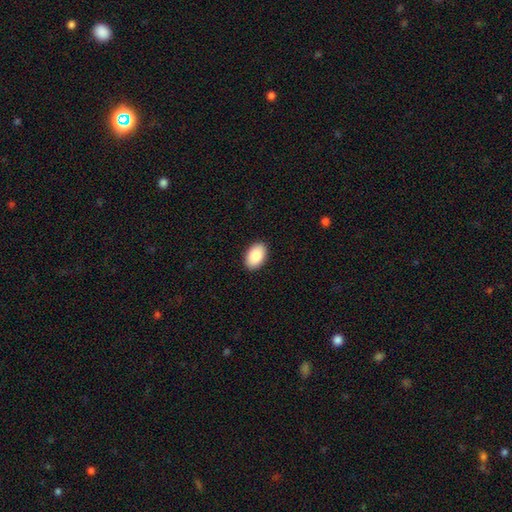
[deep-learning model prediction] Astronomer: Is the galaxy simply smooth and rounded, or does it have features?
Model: smooth — 88%.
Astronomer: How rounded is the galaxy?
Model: in between — 92%.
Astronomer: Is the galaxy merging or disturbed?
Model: none — 91%.